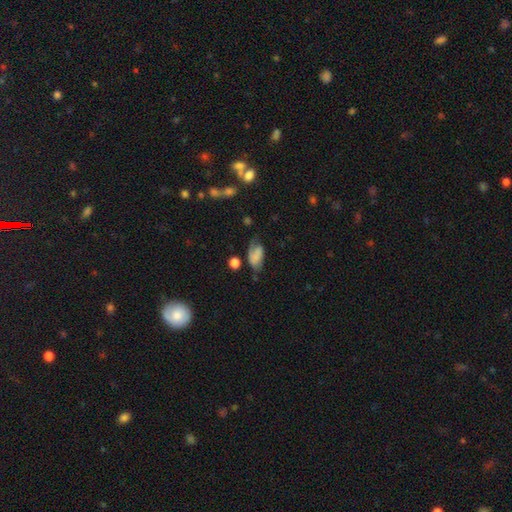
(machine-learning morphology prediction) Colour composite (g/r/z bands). It shows a smooth galaxy with no disk features (60%) that is in between round and cigar-shaped (90%). Merging: none (39%).